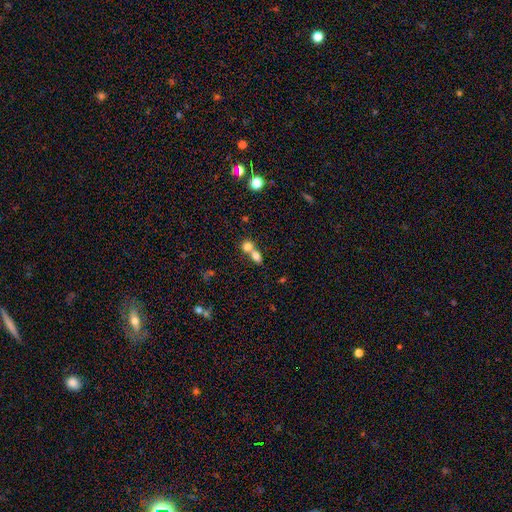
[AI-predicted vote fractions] Morphology: type=smooth (76%); roundness=in between (58%); merging=merger (63%).